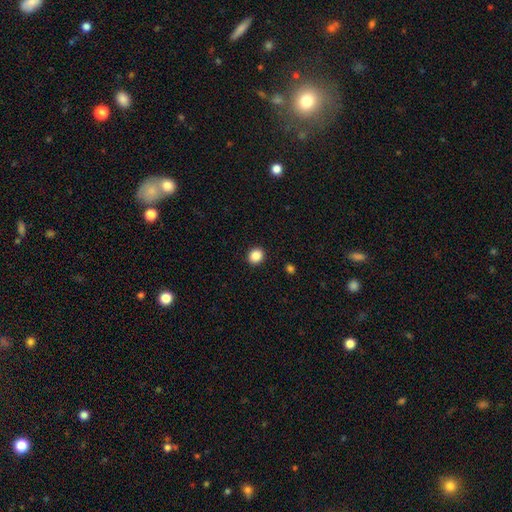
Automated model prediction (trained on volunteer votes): This appears to be a smooth galaxy with no disk features (87%) that is round (80%). Merging: none (93%).